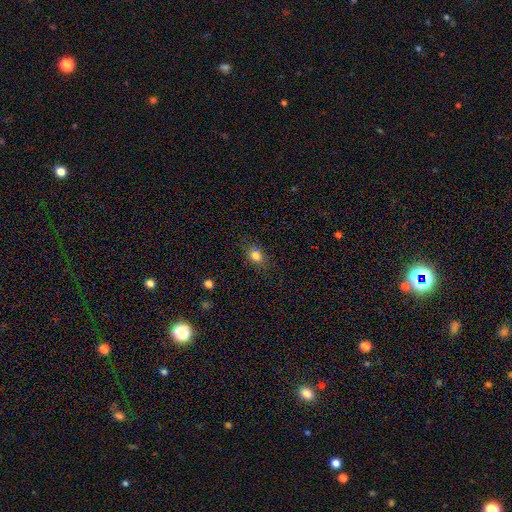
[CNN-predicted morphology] Smooth or featured? Predicted: smooth (p=0.79). How rounded? Predicted: round (p=0.51). Merging? Predicted: none (p=0.80).